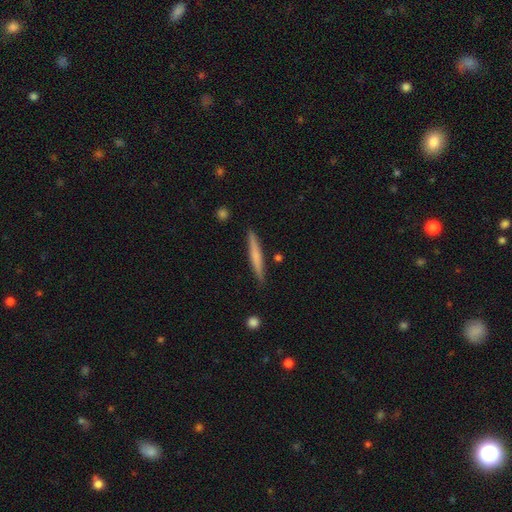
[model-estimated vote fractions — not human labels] Overall: smooth (62%; featured or disk 33%). How rounded: cigar-shaped (96%). Merging: none (89%).